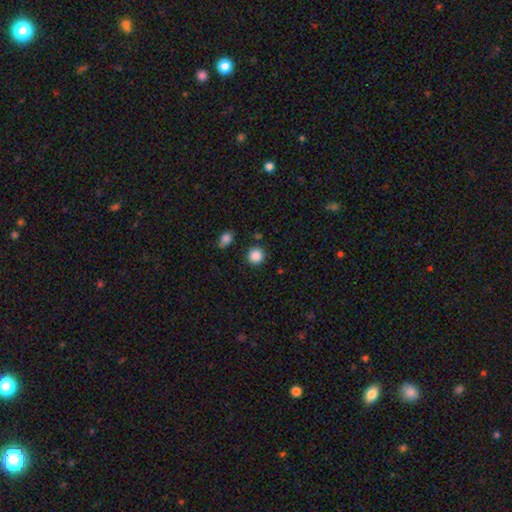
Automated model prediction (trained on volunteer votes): This appears to be a smooth galaxy with no disk features (87%) that is round (93%). Merging: none (87%).